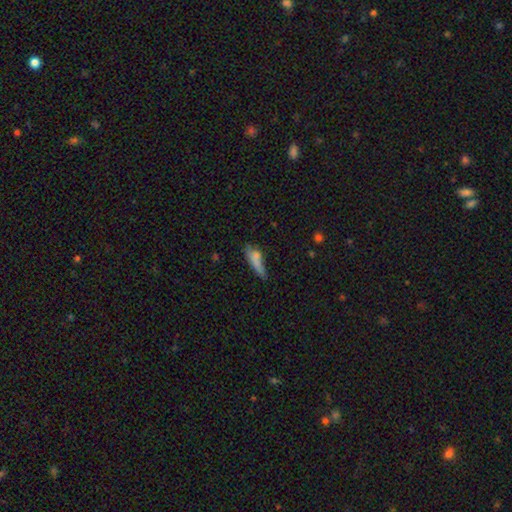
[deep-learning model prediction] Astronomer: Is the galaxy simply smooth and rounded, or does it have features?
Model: smooth — 69%.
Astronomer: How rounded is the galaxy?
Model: cigar-shaped — 73%.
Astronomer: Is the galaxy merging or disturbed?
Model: none — 48% (runner-up: minor disturbance, 29%).